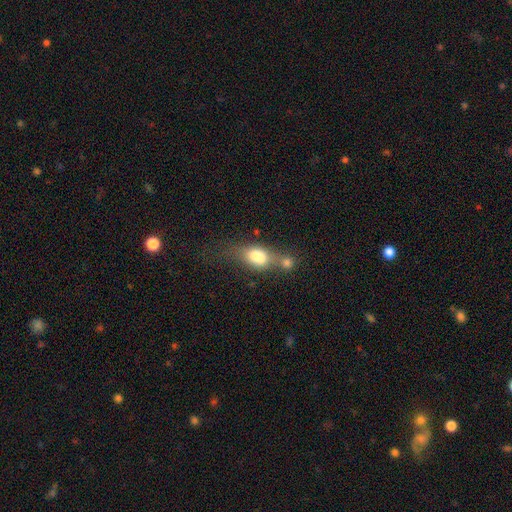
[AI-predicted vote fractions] The model was most divided on "merging": merger: 54%, none: 22%, minor disturbance: 13%, major disturbance: 11%. More confident: how rounded — in between (75%); smooth or featured — smooth (70%).